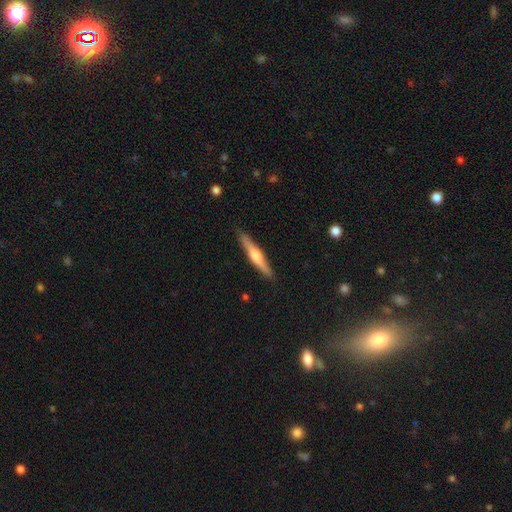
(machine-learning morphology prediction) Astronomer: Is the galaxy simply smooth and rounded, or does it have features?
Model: featured or disk — 58% (runner-up: smooth, 37%).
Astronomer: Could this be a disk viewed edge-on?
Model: yes — 97%.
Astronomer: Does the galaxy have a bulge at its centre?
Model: rounded — 82%.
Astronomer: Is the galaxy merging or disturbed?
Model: none — 90%.